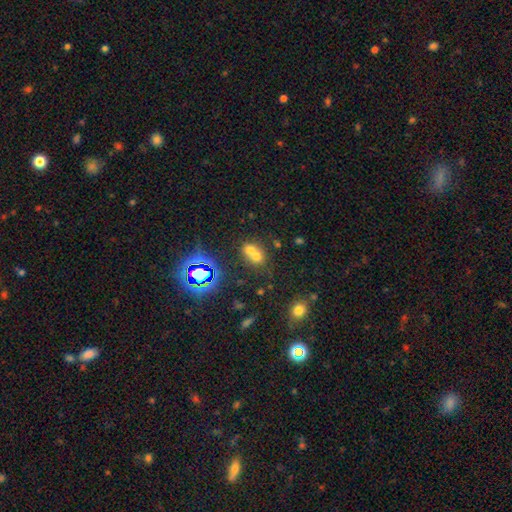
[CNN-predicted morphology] smooth-or-featured: smooth: 61% | star or artifact: 21% | featured or disk: 18%
  how-rounded: round: 64% | in between: 35% | cigar-shaped: 1%
  merging: merger: 65% | none: 26% | minor disturbance: 6% | major disturbance: 3%